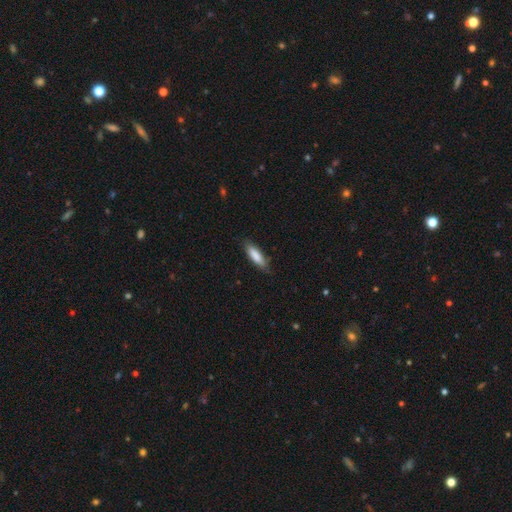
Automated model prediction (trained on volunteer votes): This is clearly a smooth galaxy (81%). How rounded: possibly cigar-shaped (57%). Merging: likely none (79%).